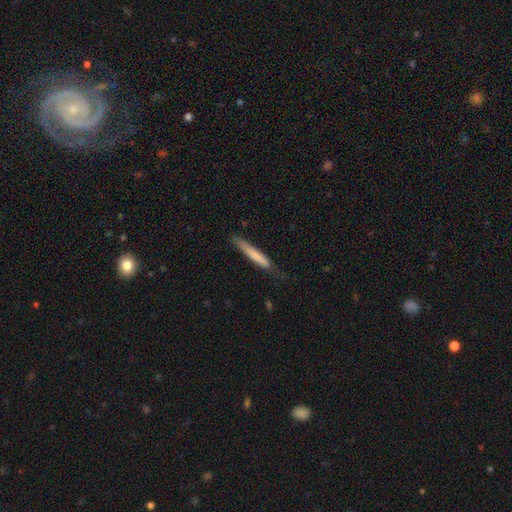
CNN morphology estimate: Smooth or featured? smooth (71%)
How rounded? cigar-shaped (95%)
Merging? none (72%)